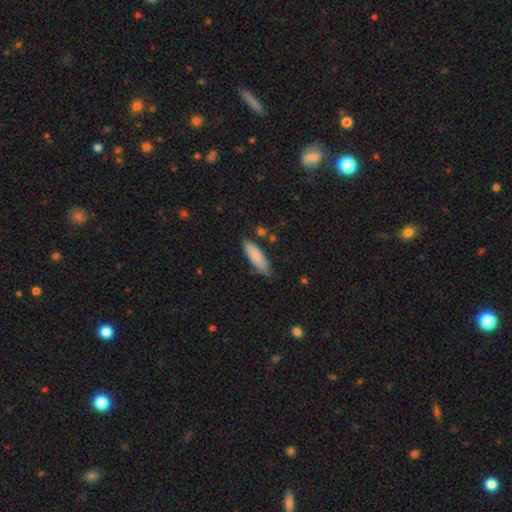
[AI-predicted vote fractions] Smooth or featured? Predicted: smooth (p=0.84). How rounded? Predicted: cigar-shaped (p=0.50). Merging? Predicted: none (p=0.74).